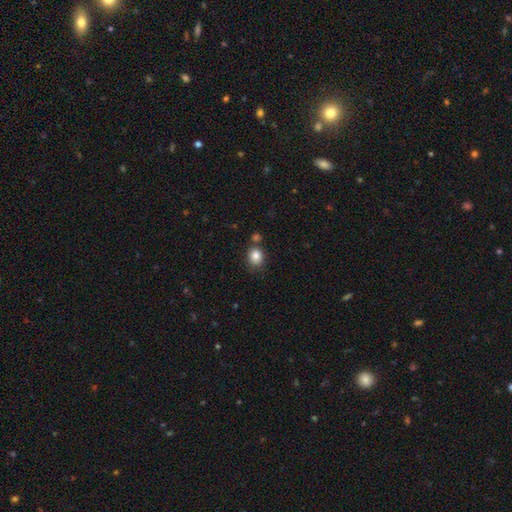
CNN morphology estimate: A smooth galaxy with no disk features (85%) that is round (67%). Merging: none (69%).